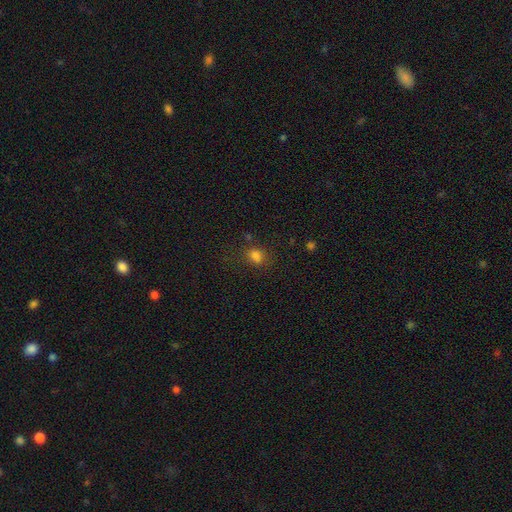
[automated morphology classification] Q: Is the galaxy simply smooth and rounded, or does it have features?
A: smooth — 76%.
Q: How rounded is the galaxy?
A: round — 57%.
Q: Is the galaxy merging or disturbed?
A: none — 64%.